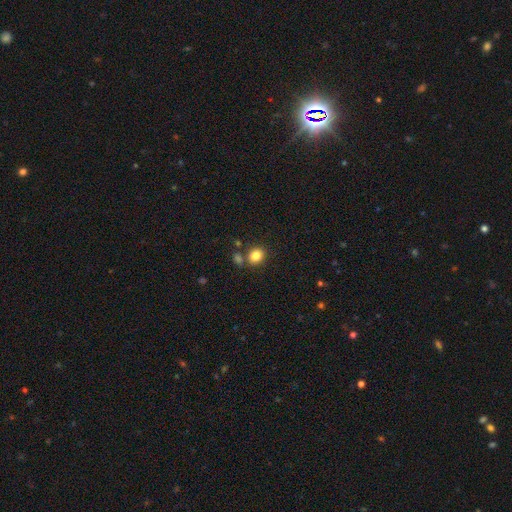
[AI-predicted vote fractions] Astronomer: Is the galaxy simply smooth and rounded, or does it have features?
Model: smooth — 83%.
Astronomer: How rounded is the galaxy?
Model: round — 63%.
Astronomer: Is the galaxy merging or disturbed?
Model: none — 75%.